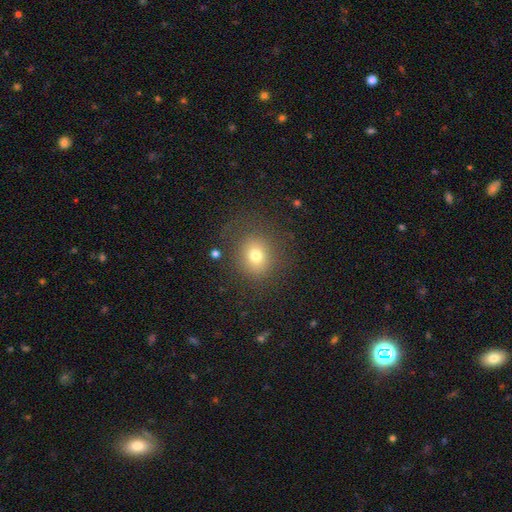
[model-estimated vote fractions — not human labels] A smooth galaxy with no disk features (74%) that is round (78%). Merging: none (79%).